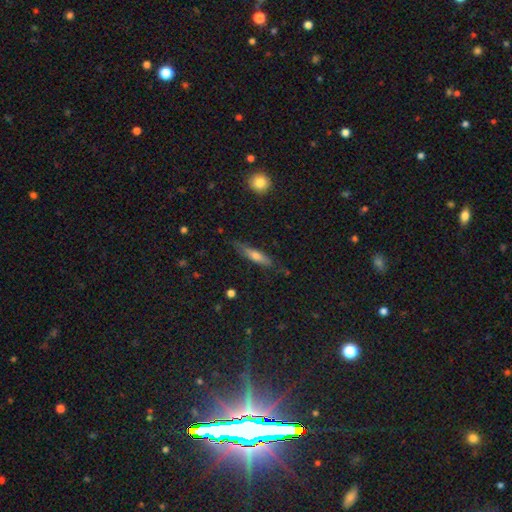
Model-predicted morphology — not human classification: smooth_or_featured: smooth (p=0.54) [alt: featured or disk p=0.38]
how_rounded: cigar-shaped (p=0.81) [alt: in between p=0.17]
merging: none (p=0.74) [alt: minor disturbance p=0.20]